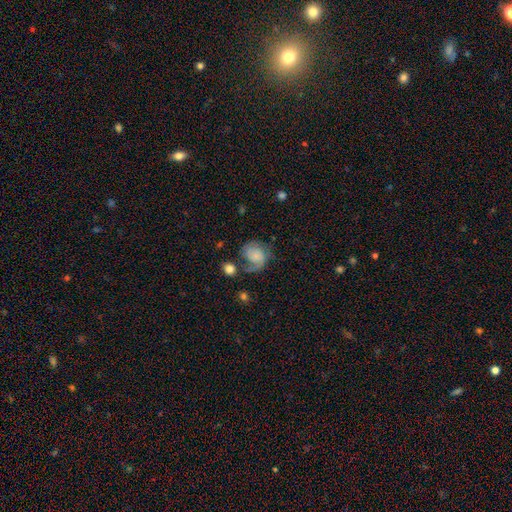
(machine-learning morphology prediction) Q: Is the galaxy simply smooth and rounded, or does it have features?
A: featured or disk — 58%.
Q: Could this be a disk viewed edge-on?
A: no — 98%.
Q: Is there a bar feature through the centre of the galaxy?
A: no — 72%.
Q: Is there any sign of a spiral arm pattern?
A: yes — 89%.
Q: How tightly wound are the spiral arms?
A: medium — 40%.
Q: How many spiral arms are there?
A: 2 — 48%.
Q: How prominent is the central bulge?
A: none — 40%.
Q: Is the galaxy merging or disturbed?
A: none — 40%.